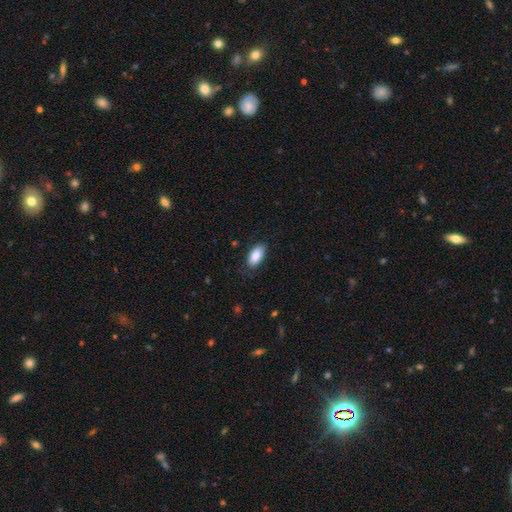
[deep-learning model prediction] This appears to be a smooth galaxy with no disk features (85%) that is in between round and cigar-shaped (92%). Merging: none (80%).